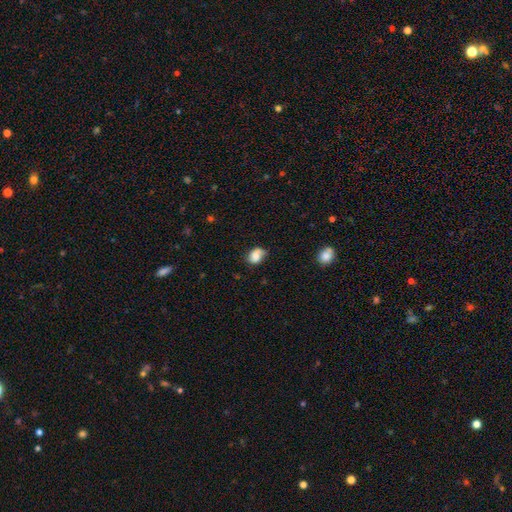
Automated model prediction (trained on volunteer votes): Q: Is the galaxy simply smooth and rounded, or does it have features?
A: smooth — 69%.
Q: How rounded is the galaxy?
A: in between — 64%.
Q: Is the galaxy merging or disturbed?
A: none — 45%.